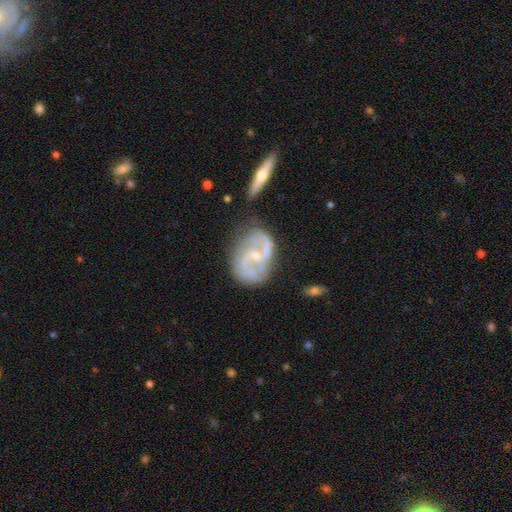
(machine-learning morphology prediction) This is clearly a featured or disk galaxy (83%). It is clearly not viewed edge-on (95%). Bar: possibly no (47%). Spiral arm pattern: clearly yes (90%). Spiral arm count: likely 2 (71%). Spiral winding: possibly medium (45%). Central bulge: likely small (69%). Merging: likely none (64%).